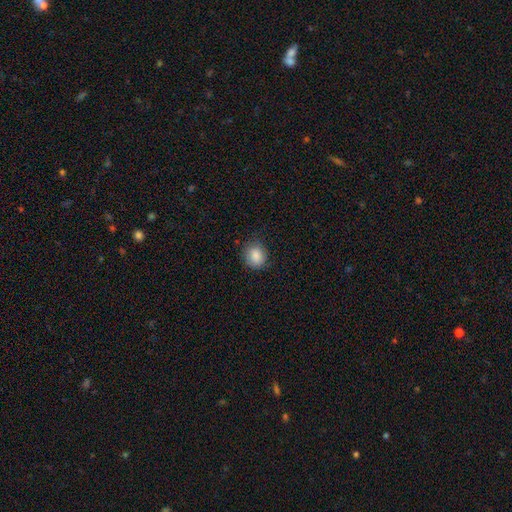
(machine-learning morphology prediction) Smooth or featured? smooth (87%)
How rounded? round (74%)
Merging? none (78%)